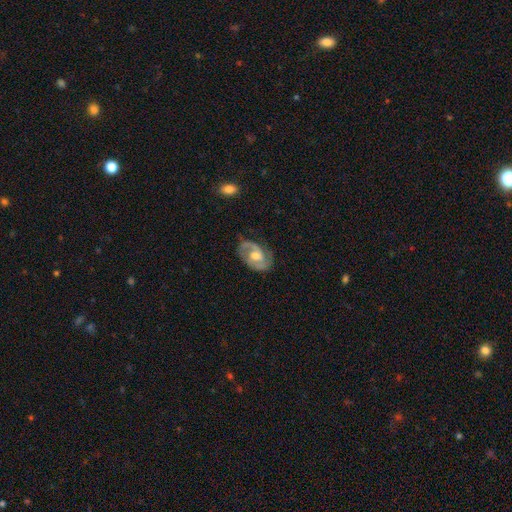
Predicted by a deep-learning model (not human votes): Smooth or featured?
  - featured or disk: 82% *
  - smooth: 12%
  - star or artifact: 5%
Edge-on disk?
  - no: 97% *
  - yes: 3%
Bar?
  - weak: 47% *
  - no: 43%
  - strong: 11%
Spiral arms?
  - yes: 93% *
  - no: 7%
Spiral winding?
  - medium: 53% *
  - tight: 31%
  - loose: 17%
Spiral arm count?
  - 2: 86% *
  - can't tell: 6%
  - 1: 4%
  - 3: 2%
  - 4: 1%
  - more than 4: 1%
Bulge size?
  - moderate: 68% *
  - small: 16%
  - large: 13%
  - none: 3%
  - dominant: 1%
Merging?
  - none: 75% *
  - minor disturbance: 17%
  - major disturbance: 6%
  - merger: 1%